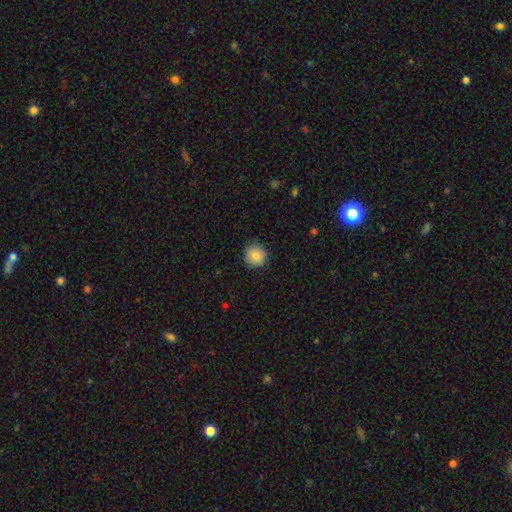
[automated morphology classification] smooth 88%, star or artifact 8%, featured or disk 4%. Down the decision tree: how rounded — round (91%); merging — none (89%).